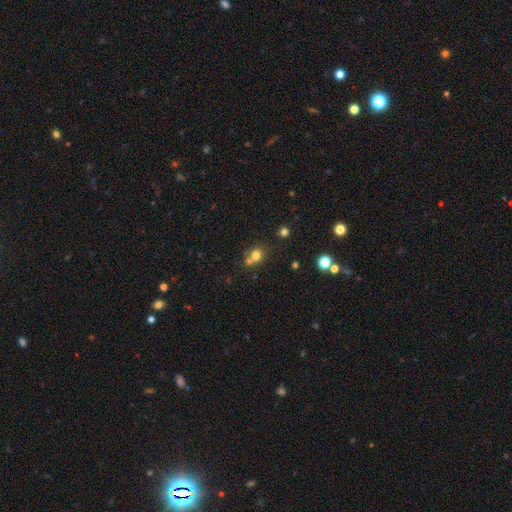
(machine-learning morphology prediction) smooth 74%, star or artifact 16%, featured or disk 11%. Down the decision tree: how rounded — round (79%); merging — none (47%).